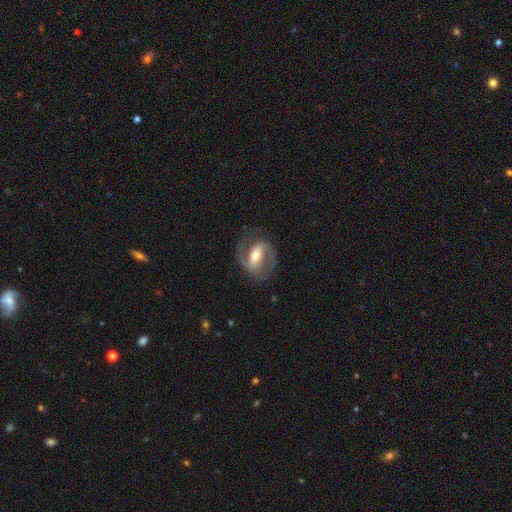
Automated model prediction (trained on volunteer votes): Q: Smooth or featured?
A: featured or disk (83%); runner-up: smooth (12%)
Q: Edge-on disk?
A: no (96%); runner-up: yes (4%)
Q: Bar?
A: strong (50%); runner-up: weak (34%)
Q: Spiral arms?
A: yes (91%); runner-up: no (9%)
Q: Spiral winding?
A: medium (52%); runner-up: tight (27%)
Q: Spiral arm count?
A: 2 (87%); runner-up: 1 (5%)
Q: Bulge size?
A: moderate (66%); runner-up: small (25%)
Q: Merging?
A: none (76%); runner-up: minor disturbance (14%)